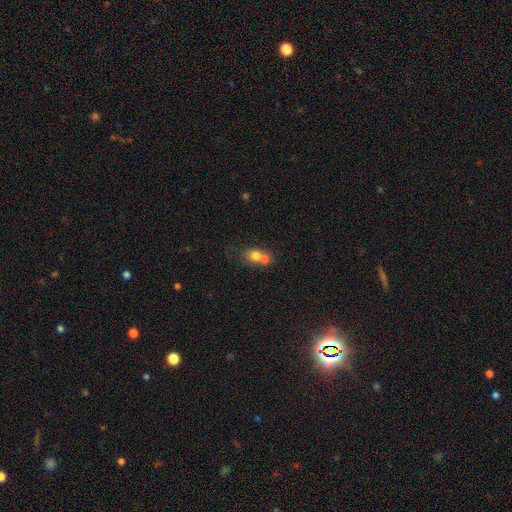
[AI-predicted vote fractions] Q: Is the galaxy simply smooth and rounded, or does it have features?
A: smooth — 72%.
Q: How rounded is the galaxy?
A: round — 61%.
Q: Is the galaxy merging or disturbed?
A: merger — 63%.